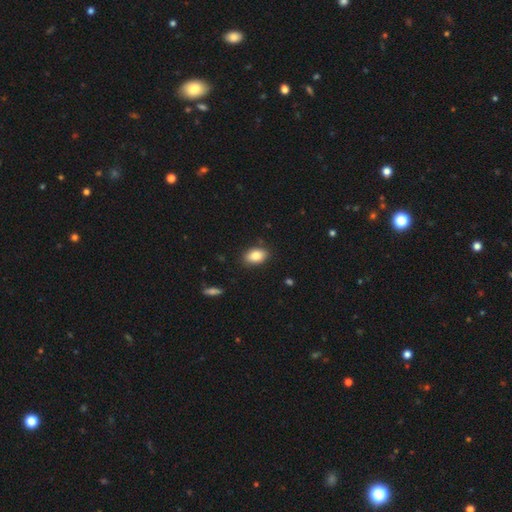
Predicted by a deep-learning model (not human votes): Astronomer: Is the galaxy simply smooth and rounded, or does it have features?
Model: smooth — 85%.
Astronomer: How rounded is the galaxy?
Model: in between — 89%.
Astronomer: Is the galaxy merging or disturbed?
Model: none — 86%.